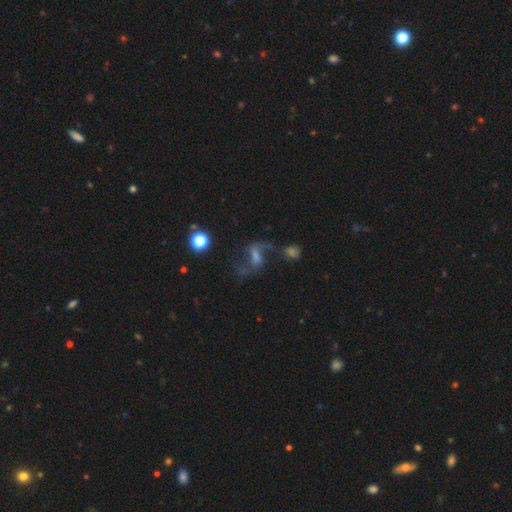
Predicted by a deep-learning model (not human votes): Overall: featured or disk (68%). Edge-on disk: no (95%). Bar: weak (48%; strong 30%). Spiral arms: yes (88%). Spiral arm count: 2 (89%). Spiral winding: loose (76%). Bulge size: moderate (32%; small 29%). Merging: none (54%; major disturbance 17%).